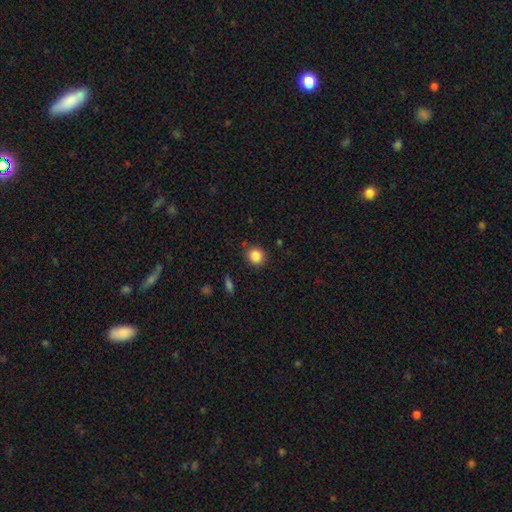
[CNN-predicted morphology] Smooth or featured? smooth (86%)
How rounded? round (86%)
Merging? none (86%)